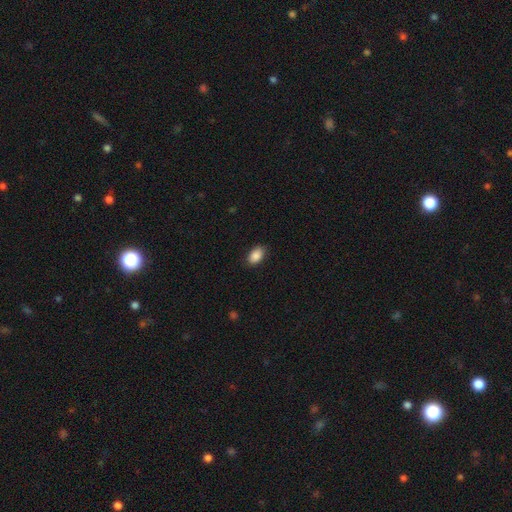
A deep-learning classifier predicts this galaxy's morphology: A smooth galaxy with no disk features (88%) that is in between round and cigar-shaped (90%).

Vote fractions:
- Smooth or featured? smooth: 88% / star or artifact: 7% / featured or disk: 4%
- How rounded? in between: 90% / round: 8% / cigar-shaped: 1%
- Merging? none: 86% / minor disturbance: 11% / major disturbance: 2% / merger: 1%